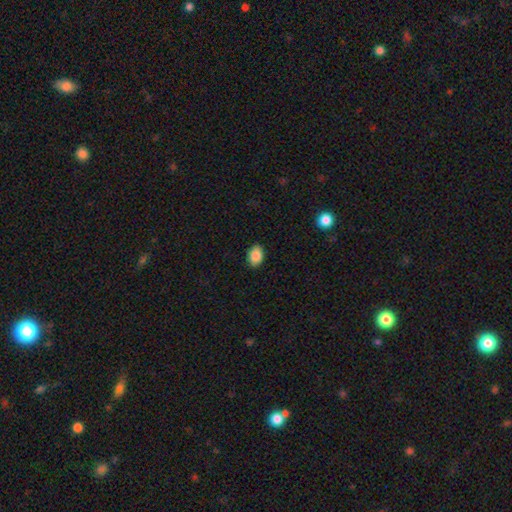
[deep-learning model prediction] Overall: smooth (87%). How rounded: in between (82%). Merging: none (90%).